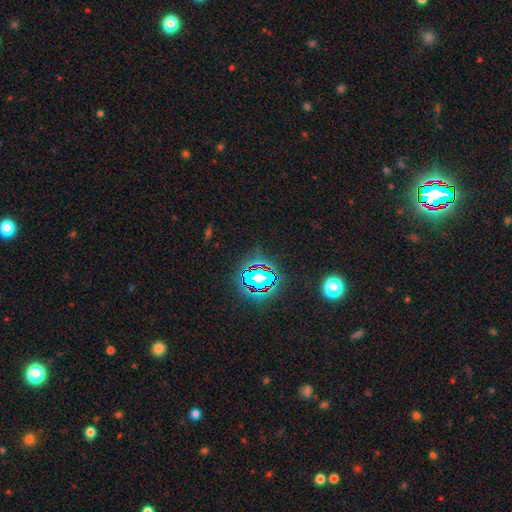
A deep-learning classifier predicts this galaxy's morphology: A star or artifact, not a galaxy (82%).

Vote fractions:
- Smooth or featured? star or artifact: 82% / smooth: 11% / featured or disk: 7%